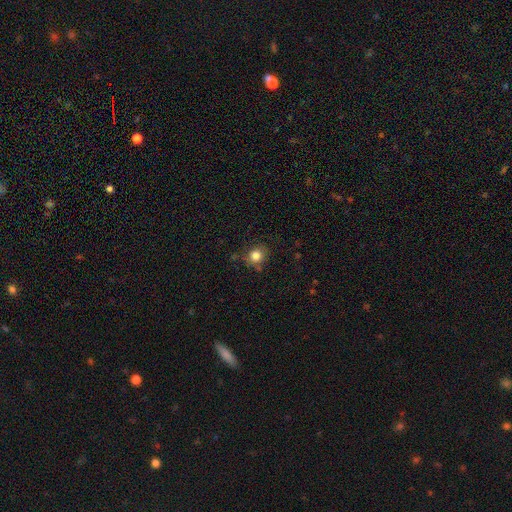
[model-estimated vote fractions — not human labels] A smooth galaxy with no disk features (82%) that is round (80%).

Vote fractions:
- Smooth or featured? smooth: 82% / star or artifact: 11% / featured or disk: 7%
- How rounded? round: 80% / in between: 19% / cigar-shaped: 1%
- Merging? none: 79% / minor disturbance: 14% / major disturbance: 3% / merger: 3%